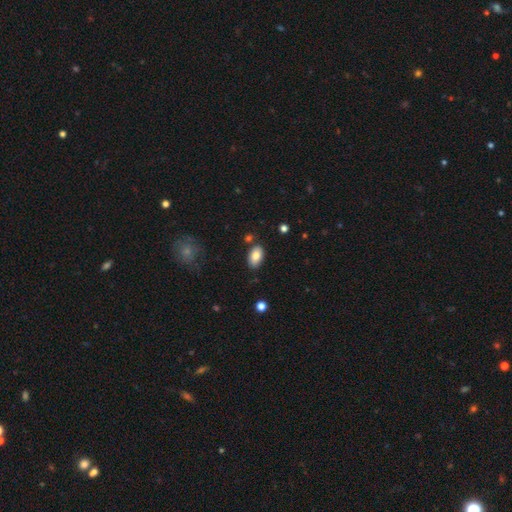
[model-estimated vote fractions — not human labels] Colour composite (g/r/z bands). It shows a smooth galaxy with no disk features (83%) that is in between round and cigar-shaped (94%). Merging: none (82%).